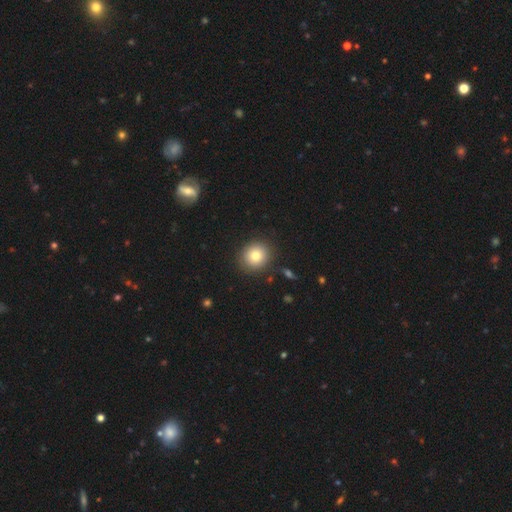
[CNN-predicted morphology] smooth 79%, featured or disk 11%, star or artifact 11%. Down the decision tree: how rounded — round (87%); merging — none (89%).